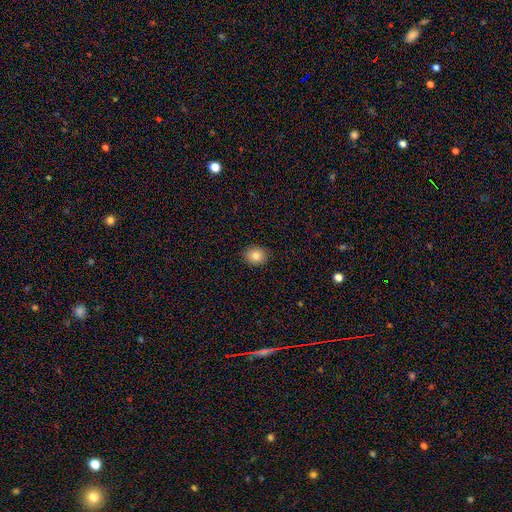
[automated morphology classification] This is clearly a smooth galaxy (83%). How rounded: likely round (67%). Merging: clearly none (90%).